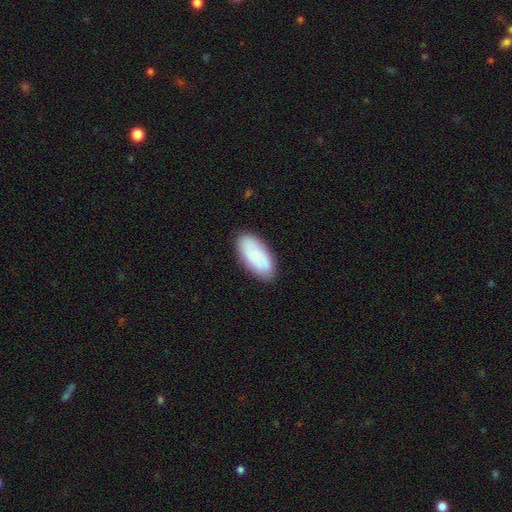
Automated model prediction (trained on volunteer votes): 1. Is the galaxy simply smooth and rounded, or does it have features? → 77% smooth, 16% featured or disk, 6% star or artifact.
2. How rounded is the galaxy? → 92% in between, 6% cigar-shaped, 2% round.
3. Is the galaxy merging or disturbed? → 85% none, 11% minor disturbance, 2% major disturbance, 1% merger.